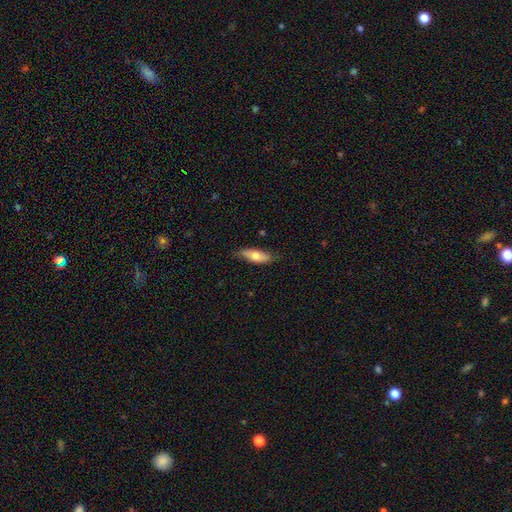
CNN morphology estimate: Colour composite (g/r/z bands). It shows a smooth galaxy with no disk features (64%) that is in between round and cigar-shaped (65%). Merging: none (72%).